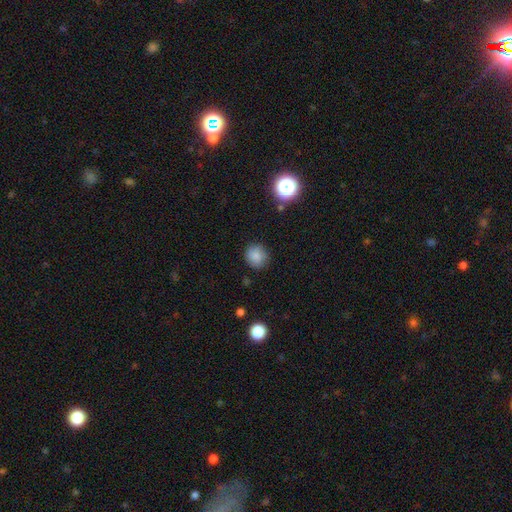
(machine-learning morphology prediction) Smooth or featured? smooth (82%)
How rounded? round (88%)
Merging? none (85%)